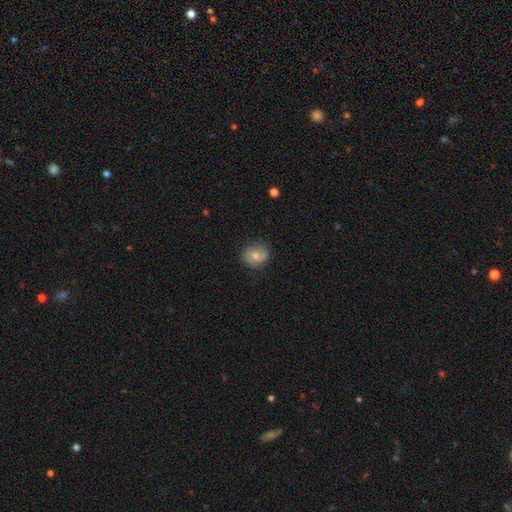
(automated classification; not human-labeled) smooth-or-featured: smooth: 68% | featured or disk: 24% | star or artifact: 8%
  how-rounded: round: 70% | in between: 29% | cigar-shaped: 1%
  merging: none: 74% | minor disturbance: 20% | major disturbance: 5% | merger: 1%